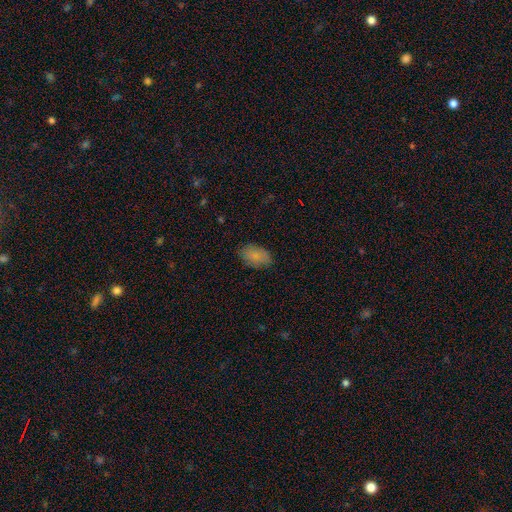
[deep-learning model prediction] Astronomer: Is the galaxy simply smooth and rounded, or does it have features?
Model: smooth — 84%.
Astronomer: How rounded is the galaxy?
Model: in between — 91%.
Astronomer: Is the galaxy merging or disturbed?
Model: none — 81%.